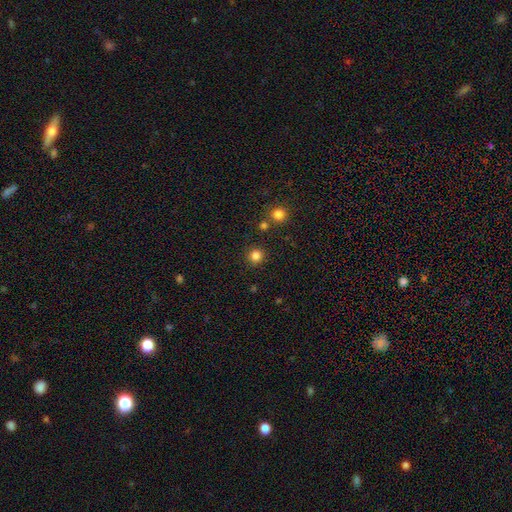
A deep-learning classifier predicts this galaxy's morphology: The model was most divided on "smooth or featured": smooth: 82%, star or artifact: 14%, featured or disk: 4%. More confident: how rounded — round (93%); merging — none (89%).